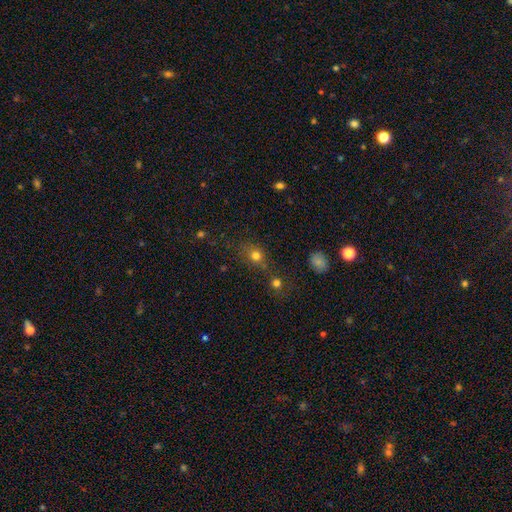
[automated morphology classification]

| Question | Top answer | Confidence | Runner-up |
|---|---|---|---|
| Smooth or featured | smooth | 74% | star or artifact (18%) |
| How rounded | round | 75% | in between (23%) |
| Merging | none | 62% | merger (17%) |